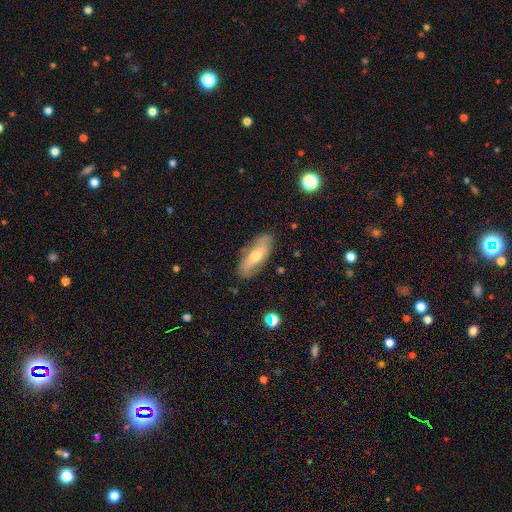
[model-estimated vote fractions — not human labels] Q: Smooth or featured?
A: smooth (50%); runner-up: featured or disk (43%)
Q: How rounded?
A: in between (67%); runner-up: cigar-shaped (30%)
Q: Merging?
A: none (82%); runner-up: minor disturbance (13%)